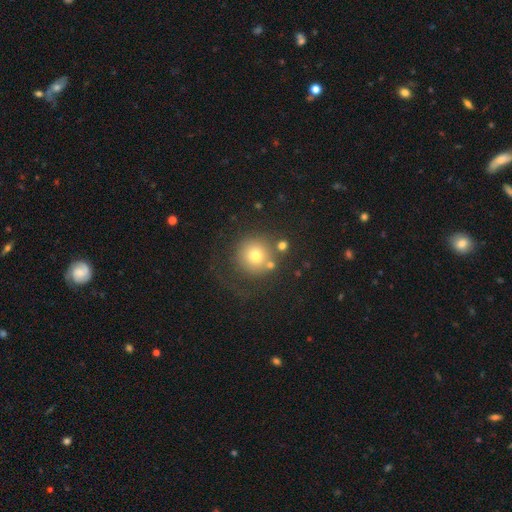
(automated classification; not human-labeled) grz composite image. It shows a smooth galaxy with no disk features (70%) that is round (94%). Merging: none (64%).